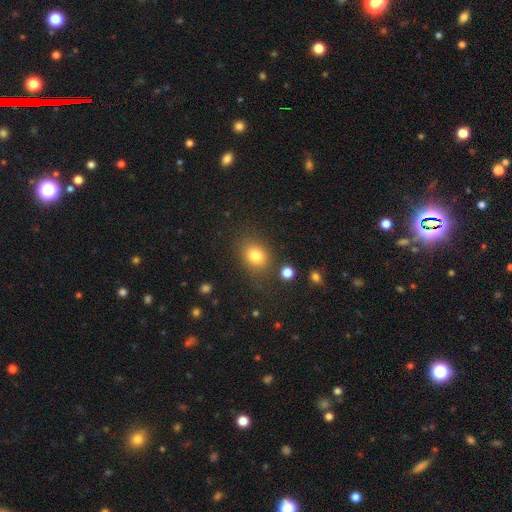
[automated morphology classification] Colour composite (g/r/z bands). It shows a smooth galaxy with no disk features (80%) that is round (50%). Merging: none (75%).